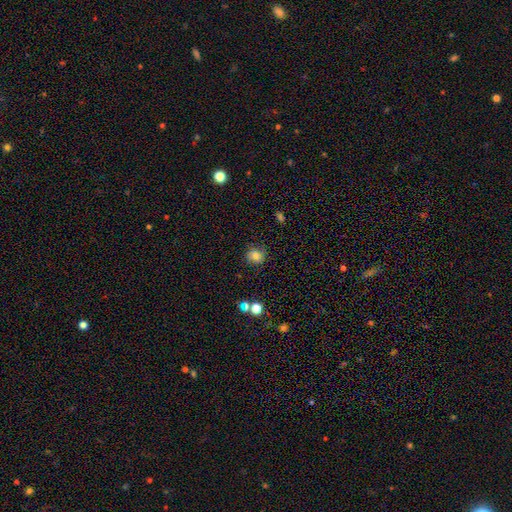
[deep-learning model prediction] This appears to be a smooth galaxy with no disk features (75%) that is round (83%). Merging: none (81%).